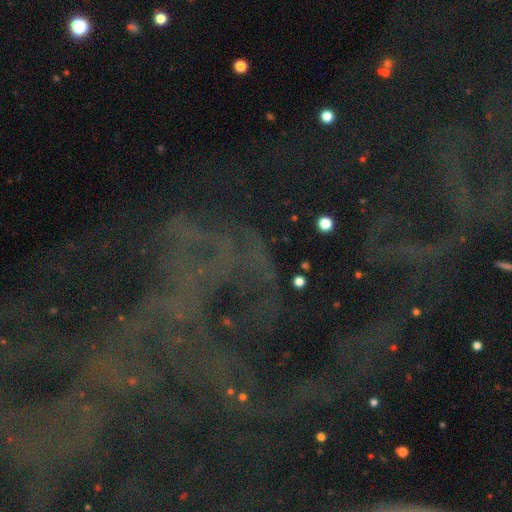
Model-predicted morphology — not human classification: Smooth or featured? star or artifact (67%)